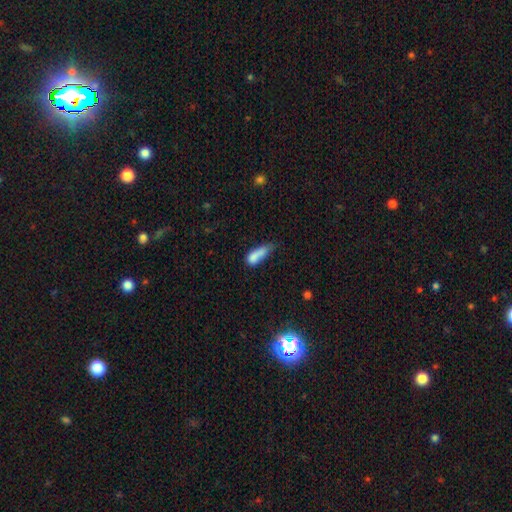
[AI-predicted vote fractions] Q: Smooth or featured?
A: smooth (76%); runner-up: featured or disk (14%)
Q: How rounded?
A: in between (58%); runner-up: cigar-shaped (38%)
Q: Merging?
A: minor disturbance (34%); runner-up: none (29%)